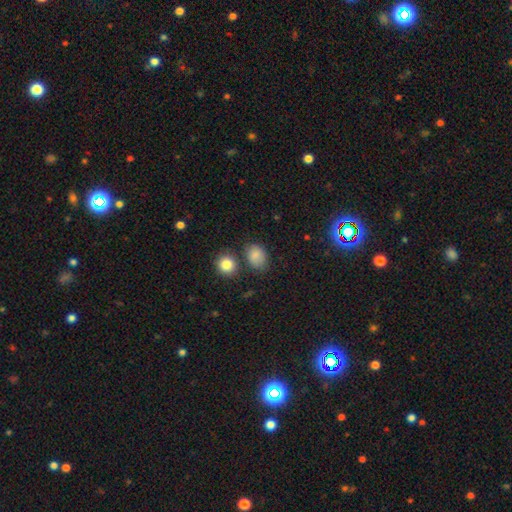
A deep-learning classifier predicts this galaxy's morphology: smooth 83%, star or artifact 10%, featured or disk 7%. Down the decision tree: how rounded — in between (64%); merging — none (67%).